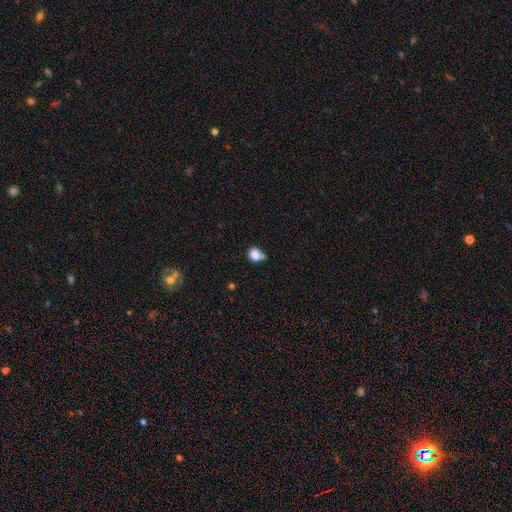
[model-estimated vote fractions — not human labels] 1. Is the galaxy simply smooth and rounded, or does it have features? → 82% smooth, 10% star or artifact, 7% featured or disk.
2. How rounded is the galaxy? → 66% round, 33% in between, 1% cigar-shaped.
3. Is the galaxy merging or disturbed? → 48% none, 24% merger, 22% minor disturbance, 7% major disturbance.